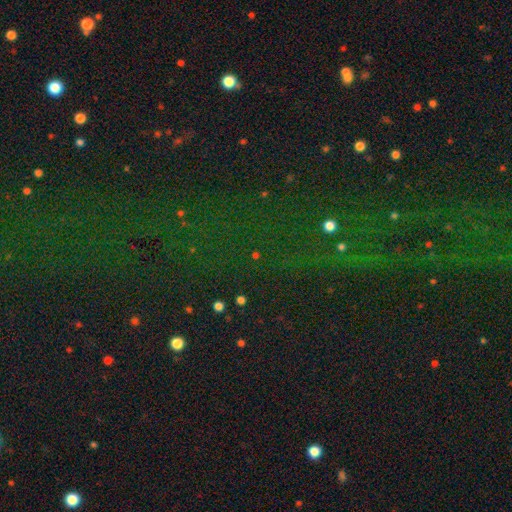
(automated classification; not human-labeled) Q: Smooth or featured?
A: star or artifact (71%); runner-up: smooth (20%)